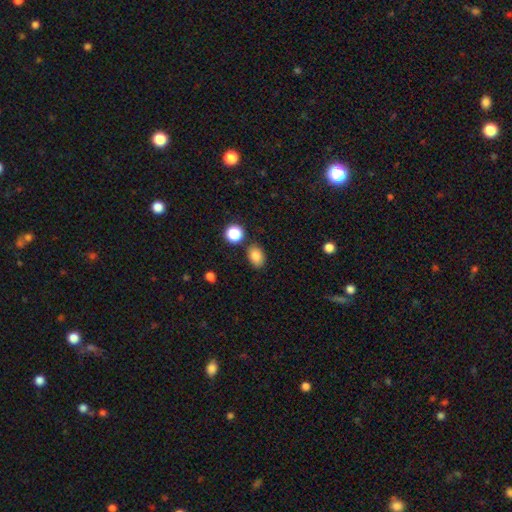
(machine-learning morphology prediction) smooth_or_featured: smooth (p=0.85) [alt: star or artifact p=0.10]
how_rounded: in between (p=0.75) [alt: round p=0.24]
merging: none (p=0.80) [alt: minor disturbance p=0.12]